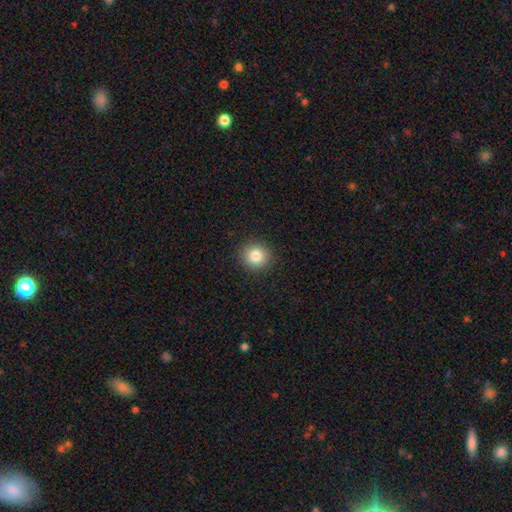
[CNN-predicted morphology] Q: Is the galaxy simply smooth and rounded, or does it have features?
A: smooth — 83%.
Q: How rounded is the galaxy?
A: round — 90%.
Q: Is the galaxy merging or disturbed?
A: none — 91%.